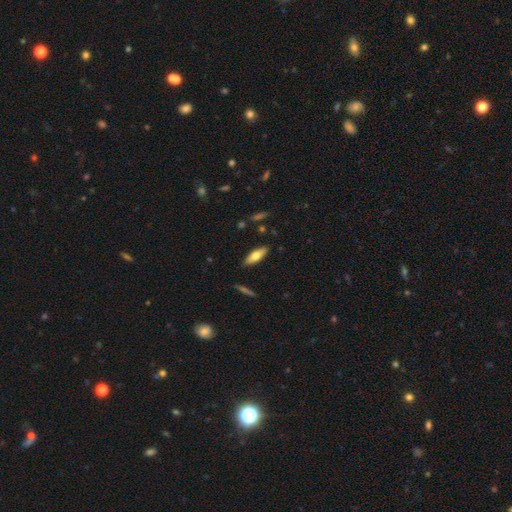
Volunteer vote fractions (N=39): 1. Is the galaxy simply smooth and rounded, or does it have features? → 49% smooth (tied), 49% featured or disk (tied), 3% star or artifact.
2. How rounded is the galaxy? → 63% in between, 37% cigar-shaped, 0% round.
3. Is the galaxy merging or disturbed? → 95% none, 5% major disturbance, 0% minor disturbance, 0% merger.